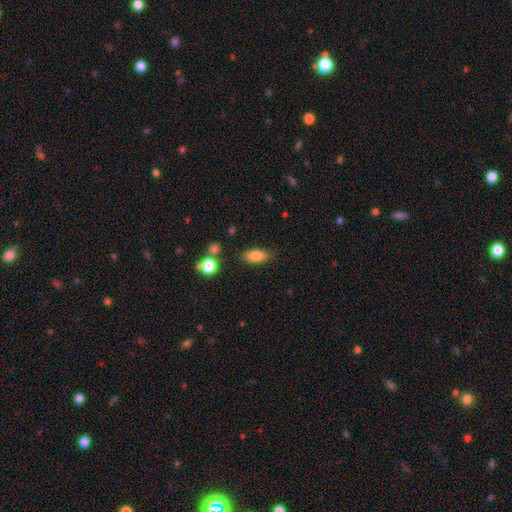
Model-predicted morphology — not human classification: Smooth or featured?
  - smooth: 80% *
  - featured or disk: 11%
  - star or artifact: 9%
How rounded?
  - in between: 81% *
  - cigar-shaped: 13%
  - round: 6%
Merging?
  - none: 80% *
  - minor disturbance: 13%
  - major disturbance: 3%
  - merger: 3%